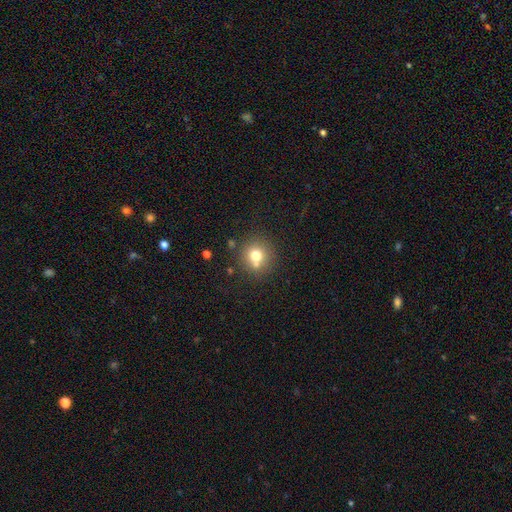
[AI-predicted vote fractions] smooth_or_featured: smooth (p=0.73) [alt: featured or disk p=0.14]
how_rounded: round (p=0.89) [alt: in between p=0.10]
merging: none (p=0.69) [alt: merger p=0.17]